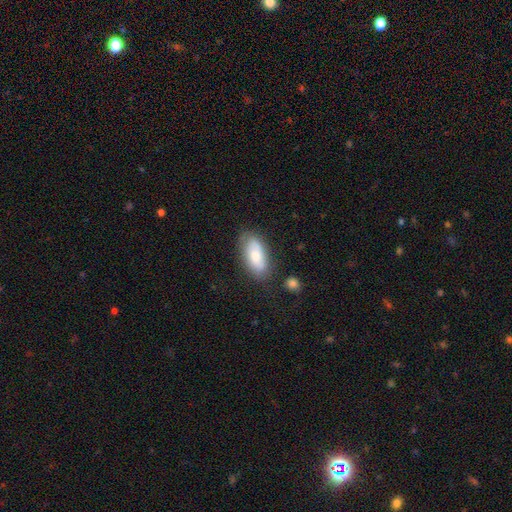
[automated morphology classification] This is likely a smooth galaxy (65%). How rounded: clearly in between (87%). Merging: likely none (71%).